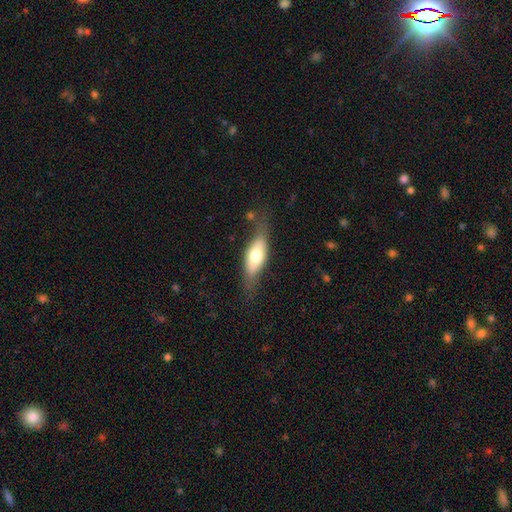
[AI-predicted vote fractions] A smooth galaxy with no disk features (57%) that is in between round and cigar-shaped (68%). Merging: none (62%).